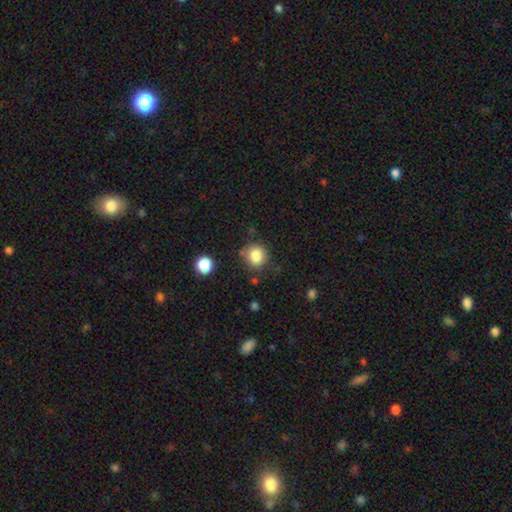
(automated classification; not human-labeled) smooth_or_featured: smooth (p=0.84) [alt: star or artifact p=0.11]
how_rounded: round (p=0.88) [alt: in between p=0.11]
merging: none (p=0.76) [alt: minor disturbance p=0.14]